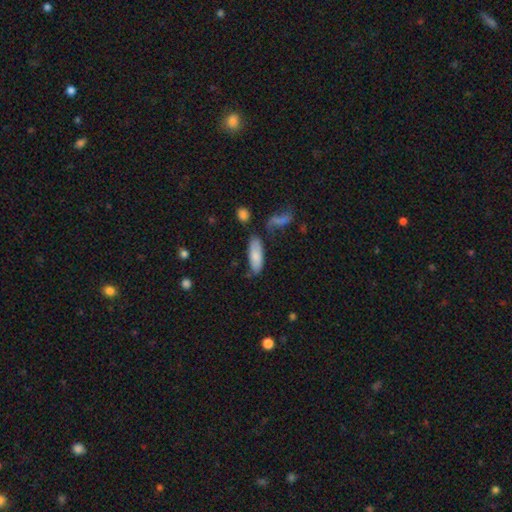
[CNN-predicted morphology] Smooth or featured? smooth (79%)
How rounded? in between (74%)
Merging? none (63%)